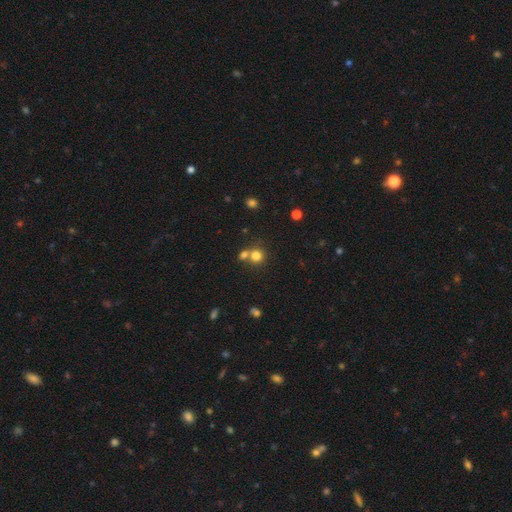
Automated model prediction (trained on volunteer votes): Smooth or featured?
  - smooth: 78% *
  - star or artifact: 14%
  - featured or disk: 8%
How rounded?
  - round: 88% *
  - in between: 11%
  - cigar-shaped: 1%
Merging?
  - none: 56% *
  - merger: 34%
  - minor disturbance: 7%
  - major disturbance: 3%